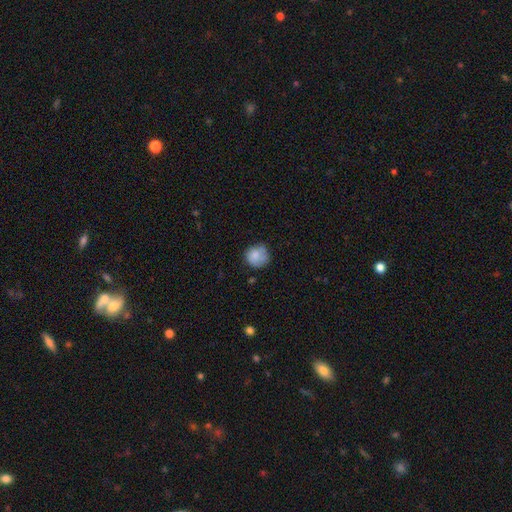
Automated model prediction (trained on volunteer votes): Smooth or featured?
  - smooth: 79% *
  - featured or disk: 13%
  - star or artifact: 8%
How rounded?
  - round: 88% *
  - in between: 11%
  - cigar-shaped: 1%
Merging?
  - none: 65% *
  - minor disturbance: 26%
  - major disturbance: 7%
  - merger: 2%